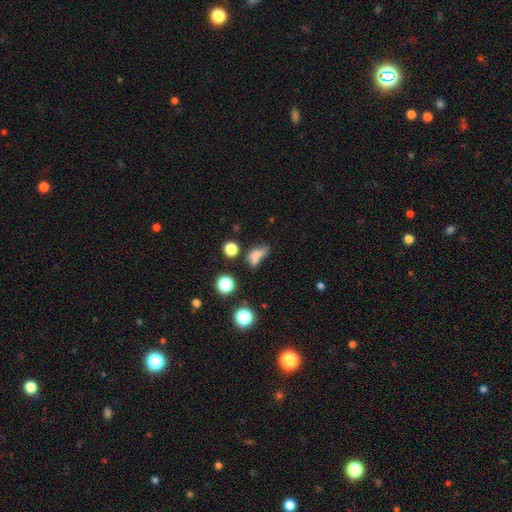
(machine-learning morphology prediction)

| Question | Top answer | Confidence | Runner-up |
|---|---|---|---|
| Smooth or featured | smooth | 66% | star or artifact (18%) |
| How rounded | in between | 72% | round (20%) |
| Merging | none | 32% | major disturbance (24%) |